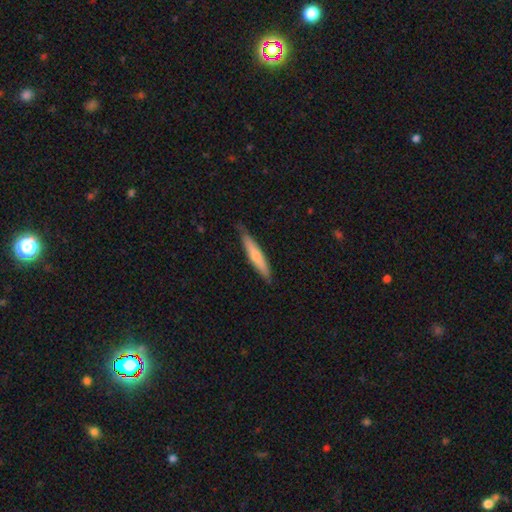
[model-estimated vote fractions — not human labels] smooth_or_featured: smooth (p=0.49) [alt: featured or disk p=0.45]
merging: none (p=0.86) [alt: minor disturbance p=0.12]